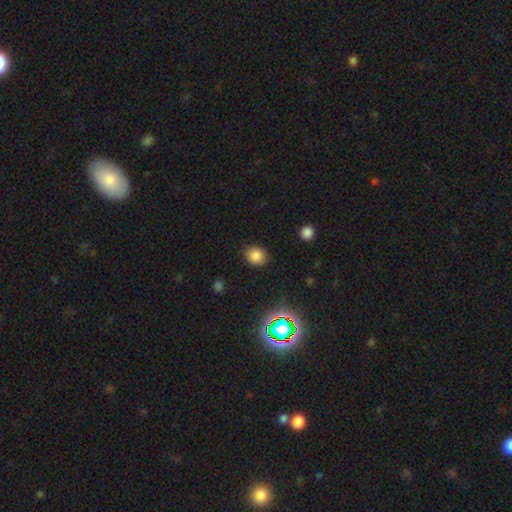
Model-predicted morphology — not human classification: Q: Smooth or featured?
A: smooth (81%); runner-up: star or artifact (14%)
Q: How rounded?
A: round (69%); runner-up: in between (30%)
Q: Merging?
A: none (85%); runner-up: minor disturbance (10%)